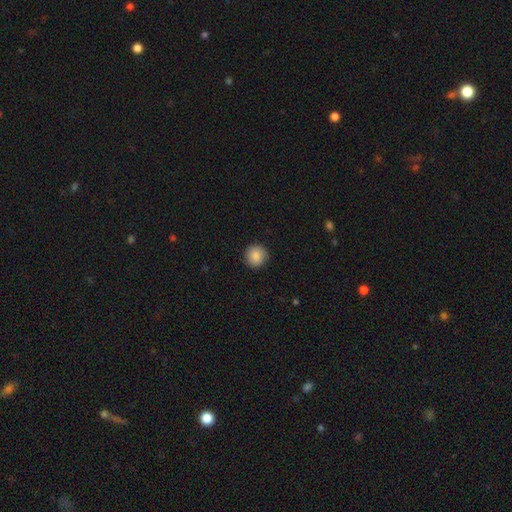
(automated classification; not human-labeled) smooth 87%, star or artifact 8%, featured or disk 5%. Down the decision tree: how rounded — round (94%); merging — none (91%).